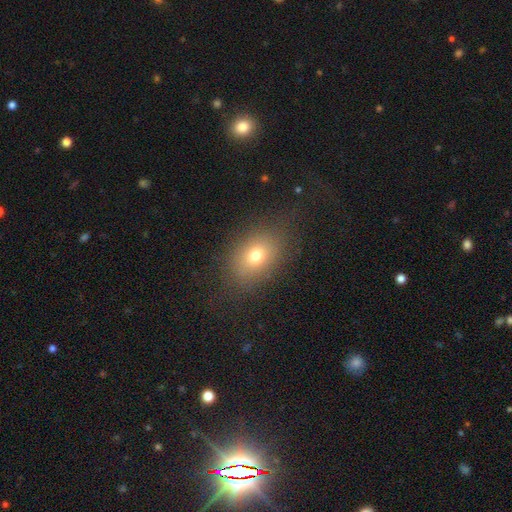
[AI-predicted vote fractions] Morphology: type=smooth (73%); roundness=in between (71%); merging=none (79%).